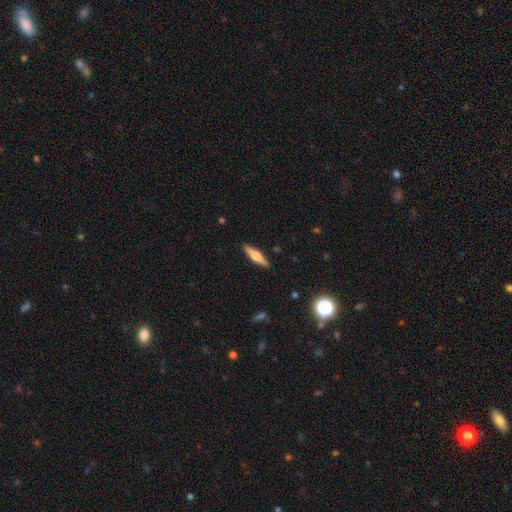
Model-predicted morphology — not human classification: This is possibly a featured or disk galaxy (59%). It is clearly viewed edge-on (96%). Edge-on bulge: clearly rounded (88%). Merging: clearly none (91%).